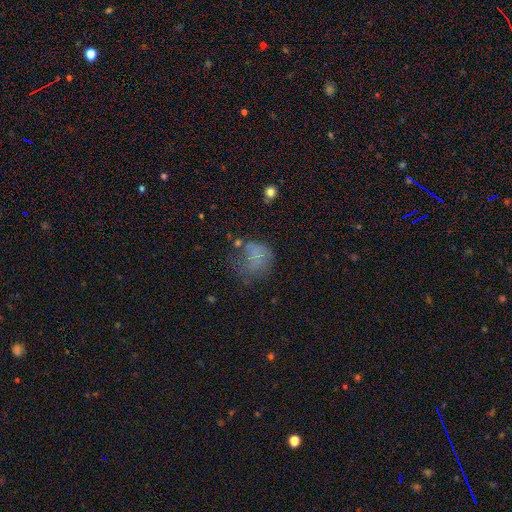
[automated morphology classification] Smooth or featured? smooth (62%)
How rounded? round (58%)
Merging? major disturbance (36%)